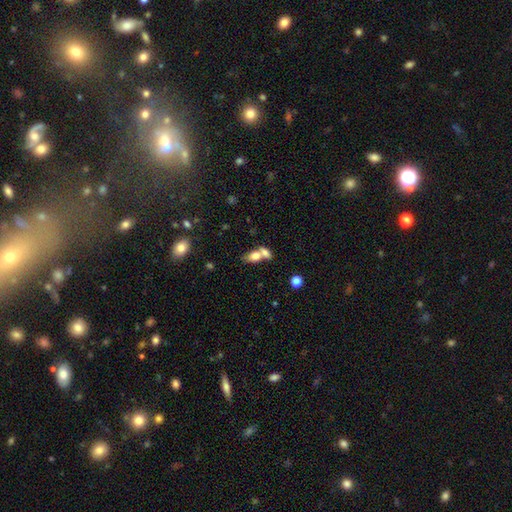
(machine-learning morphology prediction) The model was most divided on "merging": merger: 64%, none: 25%, minor disturbance: 7%, major disturbance: 4%. More confident: how rounded — in between (80%); smooth or featured — smooth (73%).